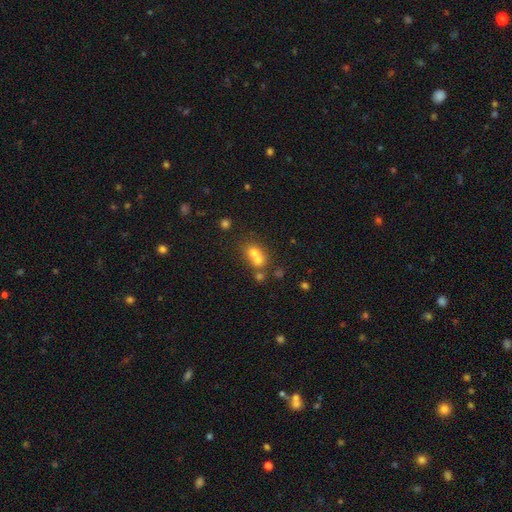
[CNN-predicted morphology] Smooth or featured? Predicted: smooth (p=0.65). How rounded? Predicted: round (p=0.63). Merging? Predicted: merger (p=0.65).